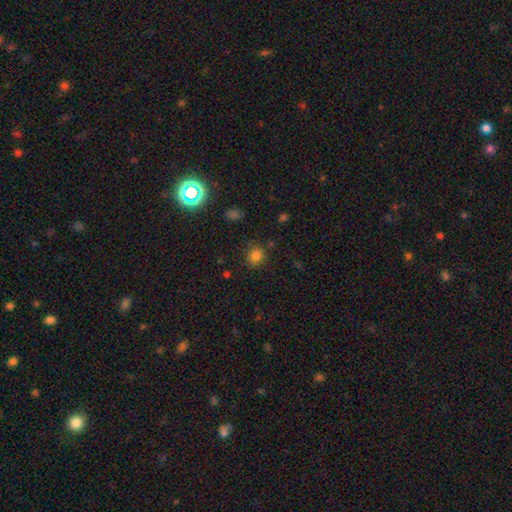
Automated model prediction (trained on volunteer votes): This is likely a smooth galaxy (80%). How rounded: clearly round (87%). Merging: clearly none (84%).